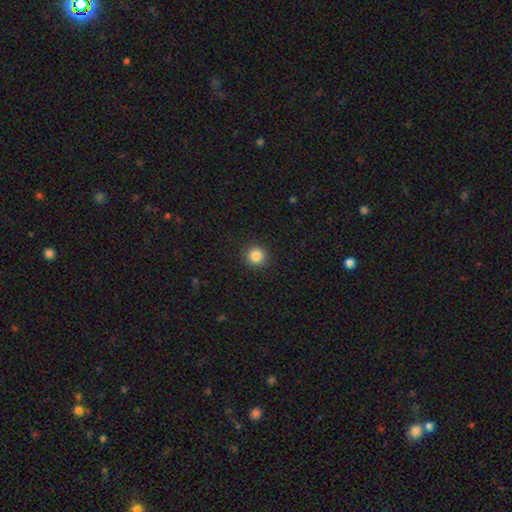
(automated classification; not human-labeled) Q: Smooth or featured?
A: smooth (85%); runner-up: star or artifact (11%)
Q: How rounded?
A: round (94%); runner-up: in between (5%)
Q: Merging?
A: none (92%); runner-up: minor disturbance (5%)